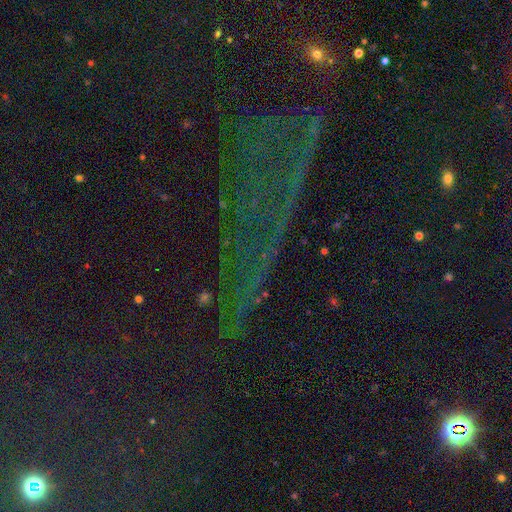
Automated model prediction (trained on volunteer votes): smooth_or_featured: star or artifact (p=0.84) [alt: smooth p=0.08]